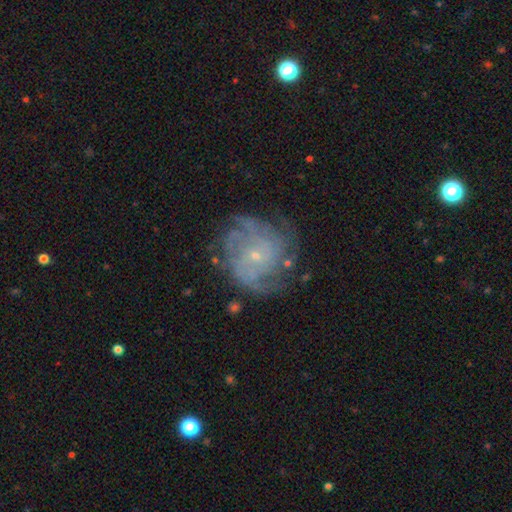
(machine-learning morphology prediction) A featured or disk galaxy (81%) with no bar (76%), tight (57%) spiral arms (92%) and a small central bulge (82%).

Vote fractions:
- Smooth or featured? featured or disk: 81% / smooth: 11% / star or artifact: 9%
- Edge-on disk? no: 97% / yes: 3%
- Bar? no: 76% / weak: 20% / strong: 4%
- Spiral arms? yes: 92% / no: 8%
- Spiral winding? tight: 57% / medium: 32% / loose: 11%
- Spiral arm count? can't tell: 35% / 4: 20% / 3: 16% / 2: 12% / more than 4: 10% / 1: 7%
- Bulge size? small: 82% / moderate: 13% / none: 2% / large: 1% / dominant: 1%
- Merging? none: 70% / minor disturbance: 18% / major disturbance: 10% / merger: 2%